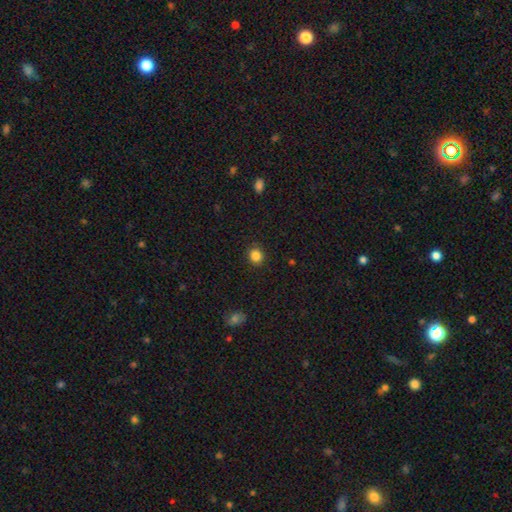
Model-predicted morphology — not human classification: Smooth or featured? Predicted: smooth (p=0.85). How rounded? Predicted: round (p=0.86). Merging? Predicted: none (p=0.90).